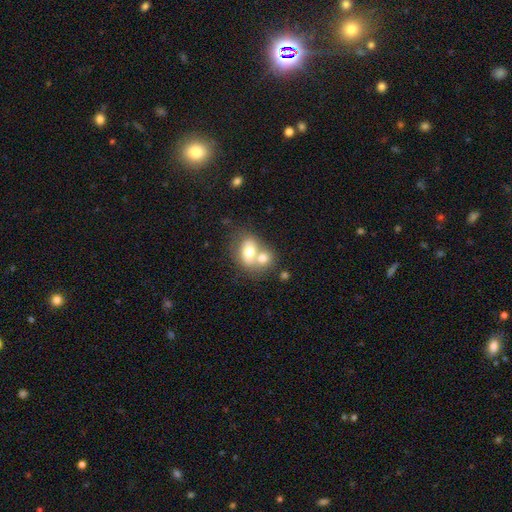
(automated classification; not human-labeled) Morphology: type=smooth (65%); roundness=in between (61%); merging=merger (65%).